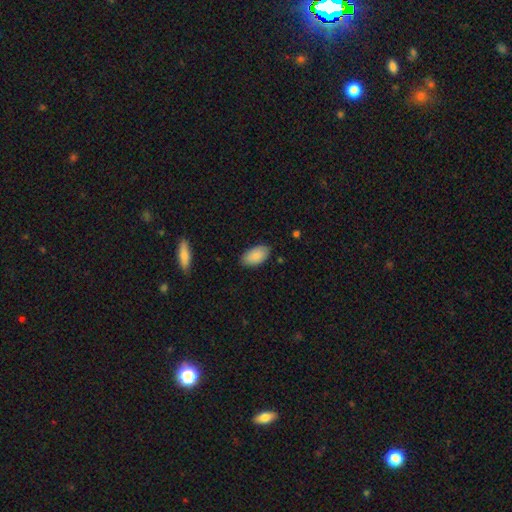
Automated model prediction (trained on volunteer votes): A smooth galaxy with no disk features (88%) that is in between round and cigar-shaped (95%). Merging: none (83%).